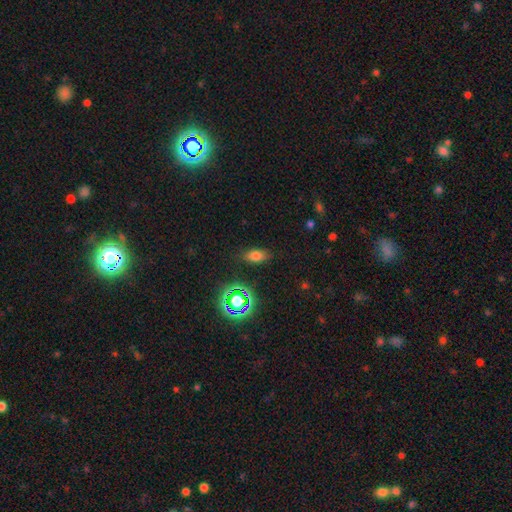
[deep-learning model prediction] smooth-or-featured: smooth: 71% | star or artifact: 19% | featured or disk: 10%
  how-rounded: in between: 84% | round: 9% | cigar-shaped: 7%
  merging: none: 84% | minor disturbance: 11% | major disturbance: 3% | merger: 2%